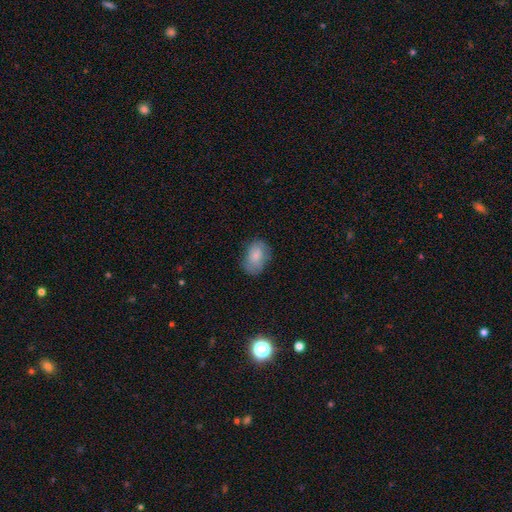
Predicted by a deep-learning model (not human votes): Q: Smooth or featured?
A: smooth (70%); runner-up: featured or disk (22%)
Q: How rounded?
A: in between (82%); runner-up: round (17%)
Q: Merging?
A: none (70%); runner-up: minor disturbance (22%)